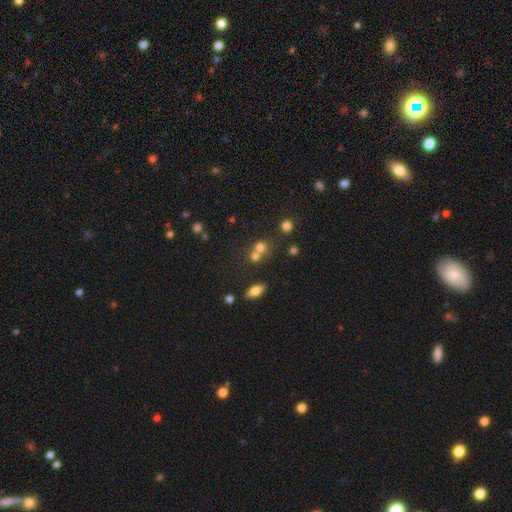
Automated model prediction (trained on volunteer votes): A smooth galaxy with no disk features (68%) that is round (80%). Merging: merger (45%).